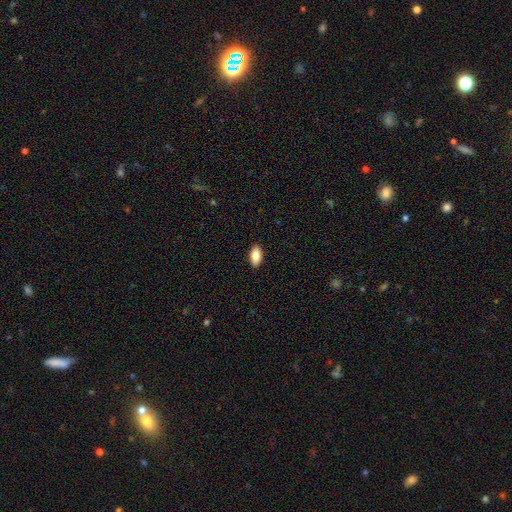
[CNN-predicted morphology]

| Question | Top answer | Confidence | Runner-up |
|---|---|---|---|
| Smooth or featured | smooth | 86% | featured or disk (7%) |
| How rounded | in between | 92% | cigar-shaped (5%) |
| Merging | none | 90% | minor disturbance (7%) |